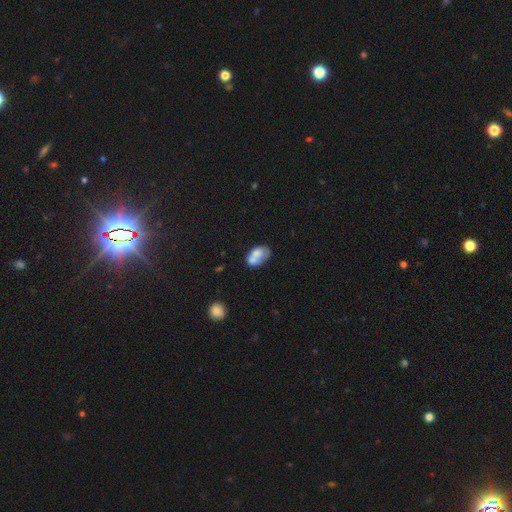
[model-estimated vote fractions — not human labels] Smooth or featured?
  - smooth: 67% *
  - featured or disk: 24%
  - star or artifact: 9%
How rounded?
  - in between: 84% *
  - round: 14%
  - cigar-shaped: 2%
Merging?
  - merger: 41% *
  - none: 30%
  - minor disturbance: 19%
  - major disturbance: 9%